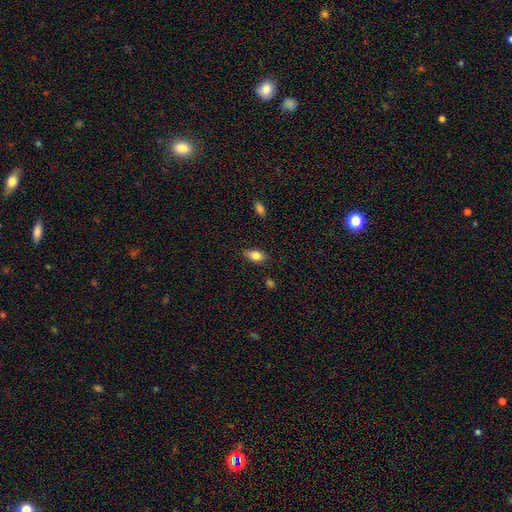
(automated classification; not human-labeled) smooth-or-featured: smooth: 80% | featured or disk: 12% | star or artifact: 8%
  how-rounded: in between: 85% | round: 8% | cigar-shaped: 7%
  merging: none: 76% | minor disturbance: 18% | major disturbance: 3% | merger: 2%